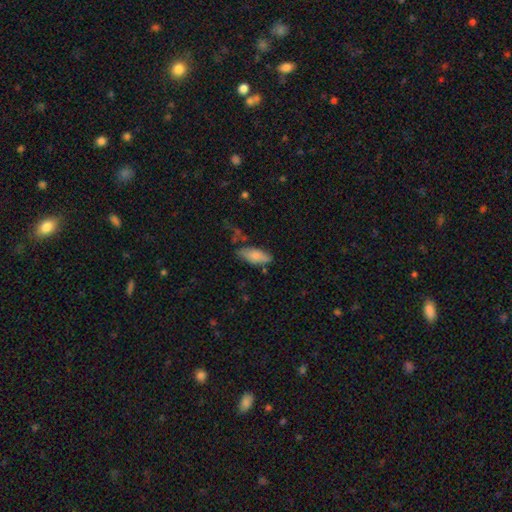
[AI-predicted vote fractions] Smooth or featured? smooth (81%)
How rounded? in between (80%)
Merging? none (63%)